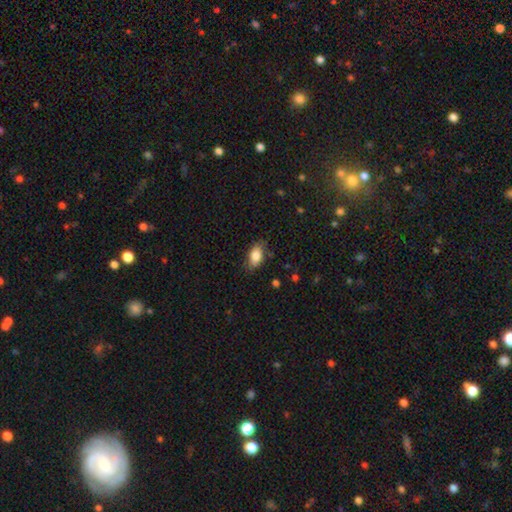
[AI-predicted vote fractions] smooth 82%, featured or disk 11%, star or artifact 7%. Down the decision tree: how rounded — in between (90%); merging — none (73%).